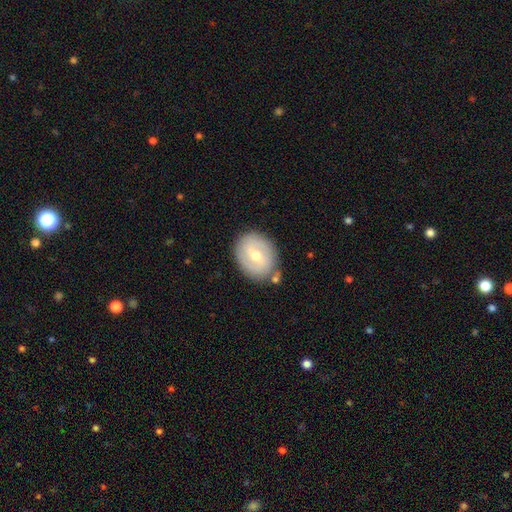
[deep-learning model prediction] Morphology: type=featured or disk (58%); edge-on=no (95%); bar=weak (54%); spiral arms=yes (60%); bulge=moderate (67%); merging=none (79%).